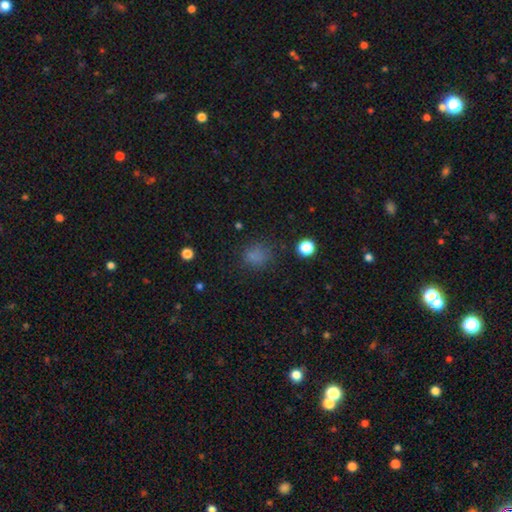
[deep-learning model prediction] Q: Smooth or featured?
A: smooth (73%); runner-up: star or artifact (21%)
Q: How rounded?
A: round (71%); runner-up: in between (28%)
Q: Merging?
A: none (71%); runner-up: minor disturbance (17%)